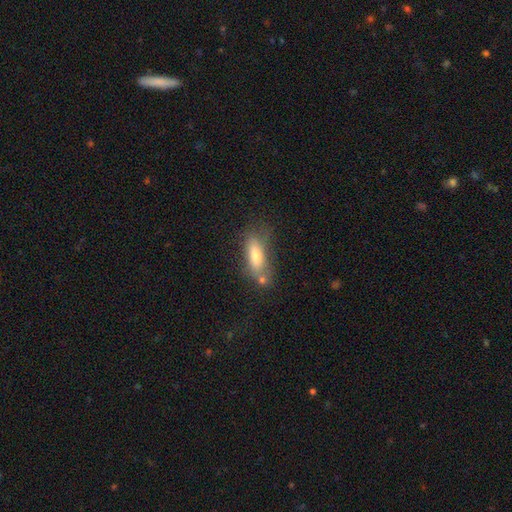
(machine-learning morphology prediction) Q: Smooth or featured?
A: smooth (68%); runner-up: featured or disk (23%)
Q: How rounded?
A: in between (59%); runner-up: cigar-shaped (38%)
Q: Merging?
A: none (54%); runner-up: minor disturbance (21%)